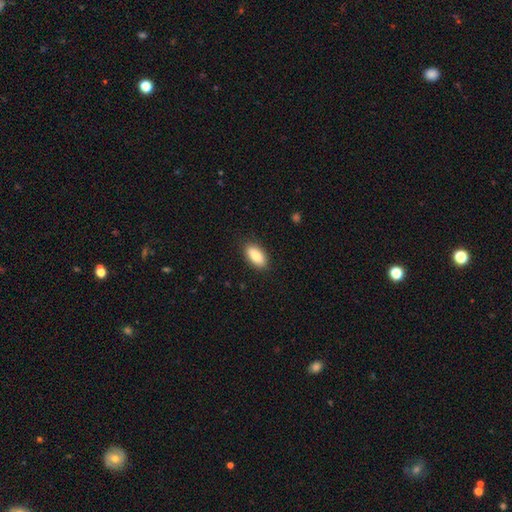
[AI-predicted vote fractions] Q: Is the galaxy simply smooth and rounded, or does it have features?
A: smooth — 86%.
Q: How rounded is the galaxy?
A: in between — 89%.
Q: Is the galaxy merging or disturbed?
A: none — 88%.